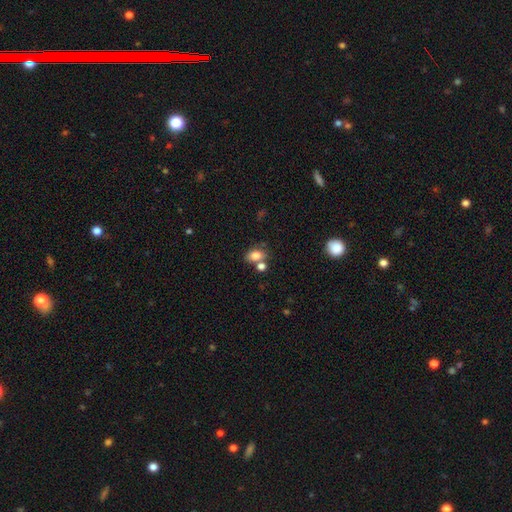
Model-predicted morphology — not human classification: Smooth or featured?
  - smooth: 79% *
  - star or artifact: 11%
  - featured or disk: 11%
How rounded?
  - in between: 73% *
  - round: 26%
  - cigar-shaped: 2%
Merging?
  - none: 54% *
  - merger: 27%
  - minor disturbance: 14%
  - major disturbance: 5%